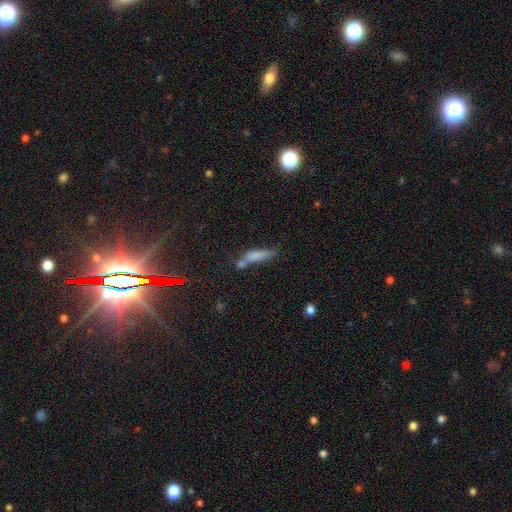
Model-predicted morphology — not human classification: A smooth galaxy with no disk features (73%) that is cigar-shaped (64%). Merging: merger (35%).